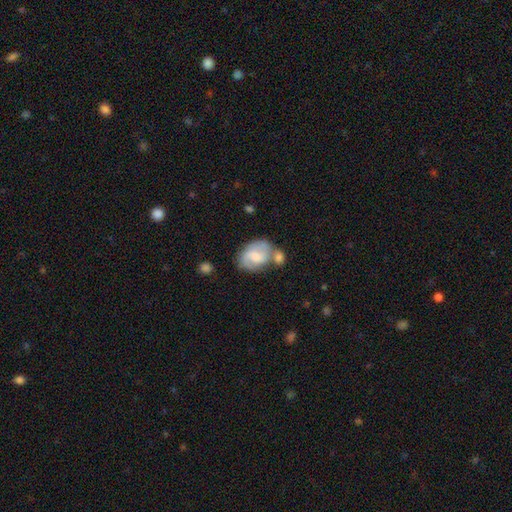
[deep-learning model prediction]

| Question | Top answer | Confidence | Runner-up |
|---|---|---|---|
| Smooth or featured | featured or disk | 53% | smooth (40%) |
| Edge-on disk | no | 97% | yes (3%) |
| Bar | weak | 47% | no (43%) |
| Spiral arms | yes | 80% | no (20%) |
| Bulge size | moderate | 34% | small (30%) |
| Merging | none | 40% | merger (31%) |